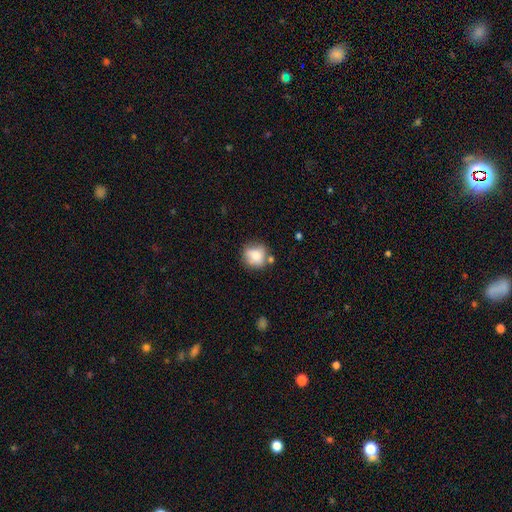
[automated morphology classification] smooth 78%, featured or disk 13%, star or artifact 9%. Down the decision tree: how rounded — round (81%); merging — none (64%).